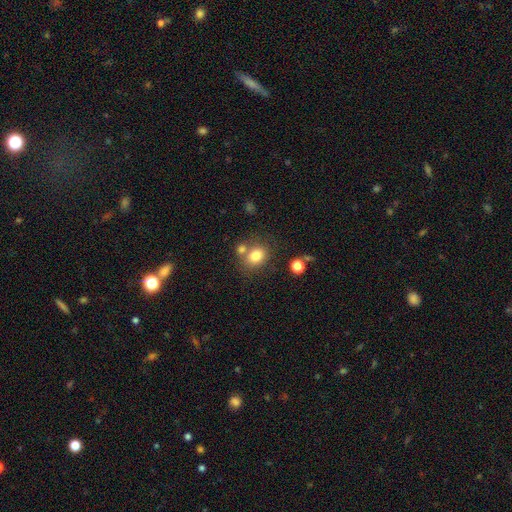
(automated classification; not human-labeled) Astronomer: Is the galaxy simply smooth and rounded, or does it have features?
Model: smooth — 78%.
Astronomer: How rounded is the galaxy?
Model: round — 56% (runner-up: in between, 43%).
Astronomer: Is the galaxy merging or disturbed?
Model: none — 60%.